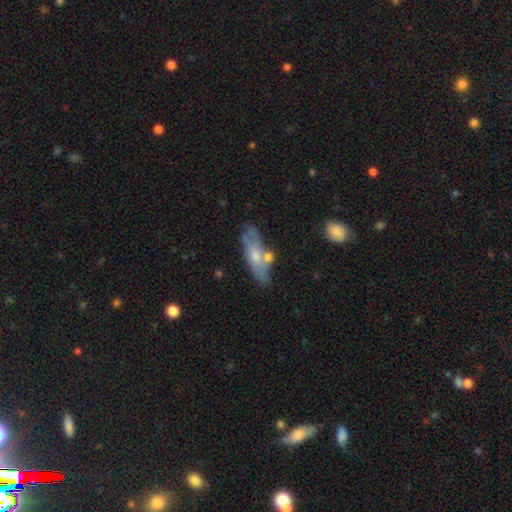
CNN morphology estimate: This is possibly a smooth galaxy (49%). Merging: likely none (60%).